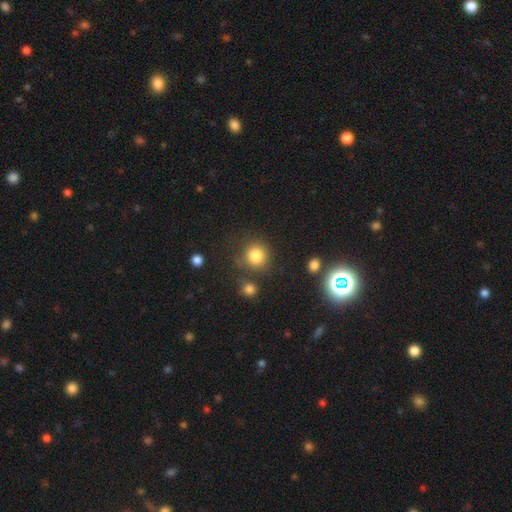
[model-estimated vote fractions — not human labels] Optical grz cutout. It shows a smooth galaxy with no disk features (83%) that is round (90%). Merging: none (74%).